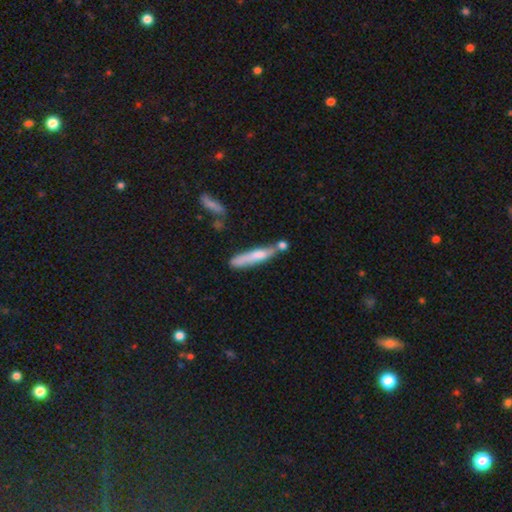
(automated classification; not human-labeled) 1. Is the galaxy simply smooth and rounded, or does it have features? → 61% smooth, 33% featured or disk, 6% star or artifact.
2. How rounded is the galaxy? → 89% cigar-shaped, 9% in between, 2% round.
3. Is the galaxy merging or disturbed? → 56% none, 21% minor disturbance, 17% merger, 6% major disturbance.